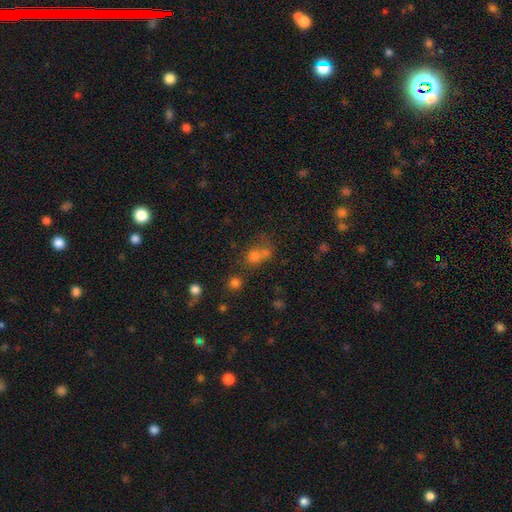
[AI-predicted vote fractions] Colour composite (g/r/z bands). It shows a smooth galaxy with no disk features (61%) that is round (72%). Merging: none (42%, tied with merger).